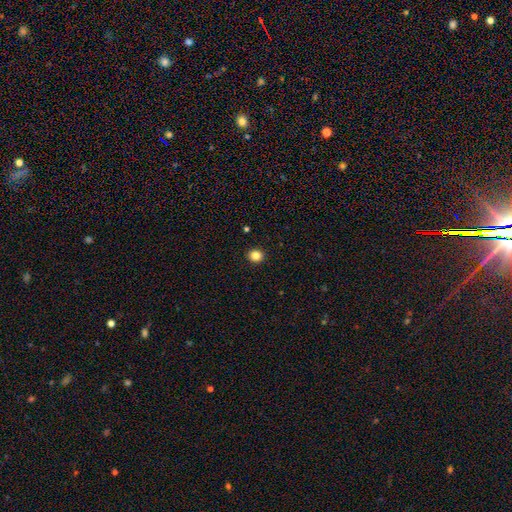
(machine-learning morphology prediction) Q: Smooth or featured?
A: smooth (85%); runner-up: star or artifact (11%)
Q: How rounded?
A: round (84%); runner-up: in between (15%)
Q: Merging?
A: none (93%); runner-up: minor disturbance (4%)